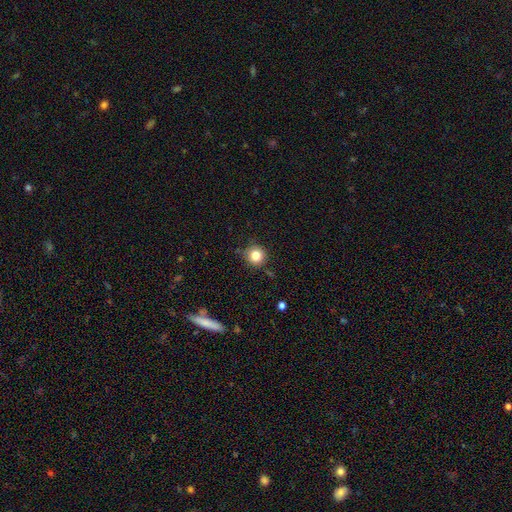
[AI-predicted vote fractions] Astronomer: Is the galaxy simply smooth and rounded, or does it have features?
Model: smooth — 82%.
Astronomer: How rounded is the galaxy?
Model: round — 93%.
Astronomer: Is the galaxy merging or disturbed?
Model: none — 83%.